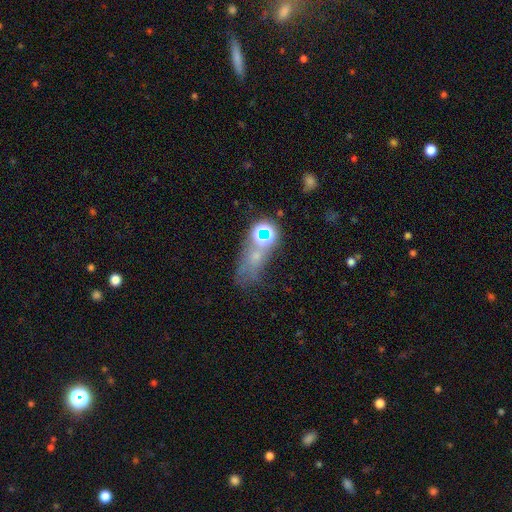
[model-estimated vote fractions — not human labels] This is marginally a star or artifact rather than a galaxy (42%).